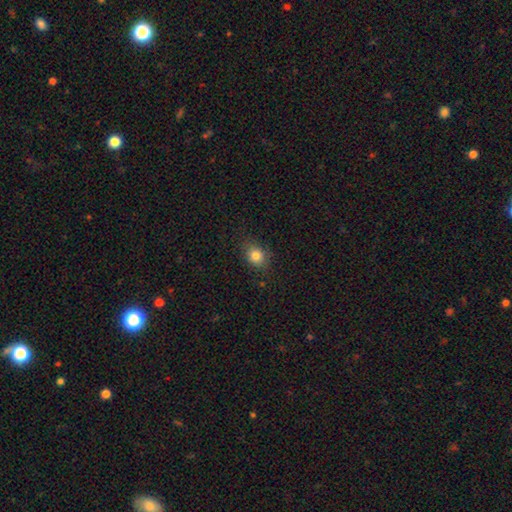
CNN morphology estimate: Q: Smooth or featured?
A: smooth (82%); runner-up: star or artifact (11%)
Q: How rounded?
A: round (51%); runner-up: in between (48%)
Q: Merging?
A: none (80%); runner-up: minor disturbance (15%)